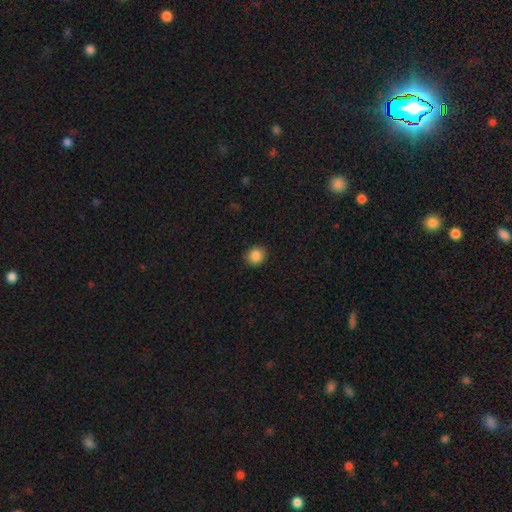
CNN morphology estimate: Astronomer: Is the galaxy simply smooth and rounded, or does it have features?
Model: smooth — 87%.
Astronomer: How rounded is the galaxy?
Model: round — 81%.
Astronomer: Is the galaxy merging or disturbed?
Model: none — 90%.